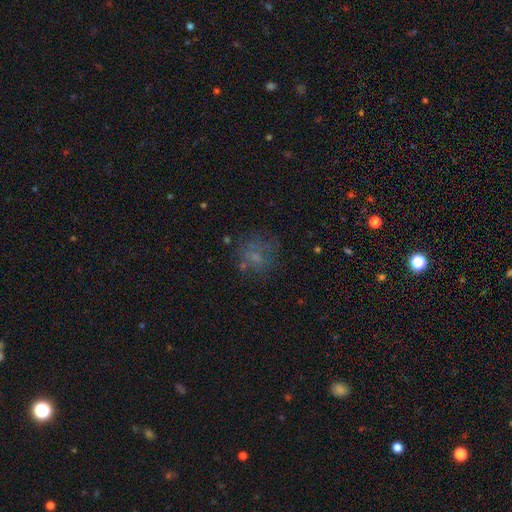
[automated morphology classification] Smooth or featured? smooth (50%)
How rounded? round (79%)
Merging? none (61%)